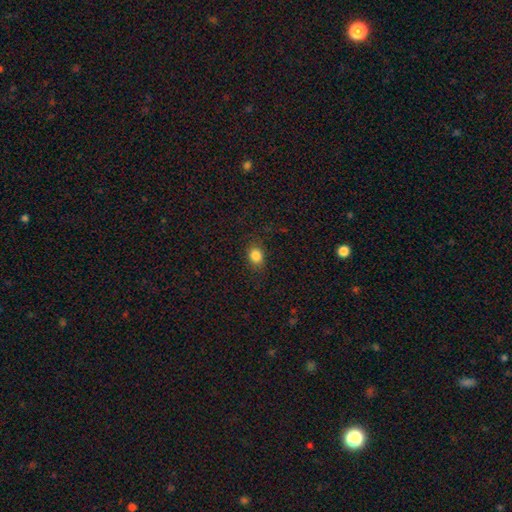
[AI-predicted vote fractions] Smooth or featured? smooth (85%)
How rounded? round (52%)
Merging? none (84%)